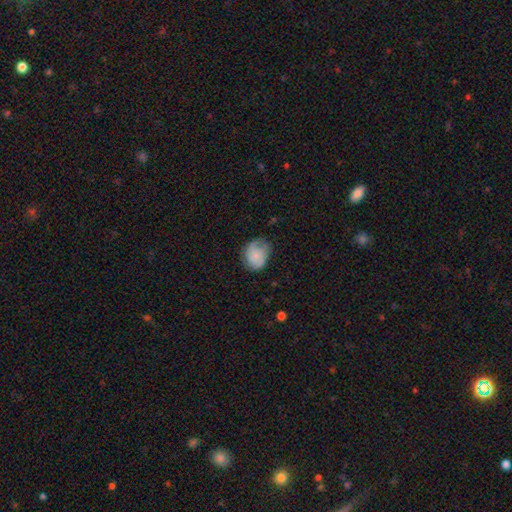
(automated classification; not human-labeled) A smooth galaxy with no disk features (64%) that is round (54%). Merging: none (54%).